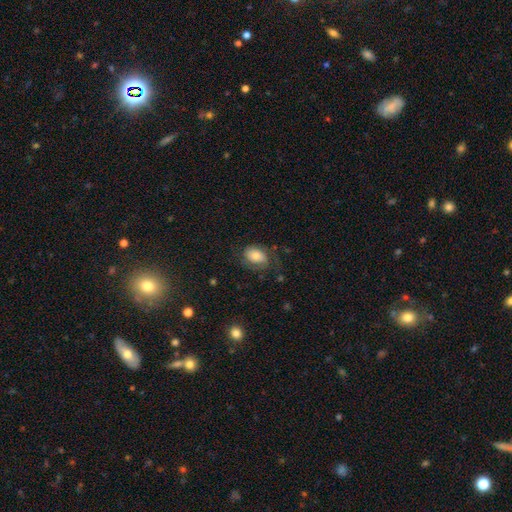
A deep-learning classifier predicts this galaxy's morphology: This is likely a smooth galaxy (65%). How rounded: likely in between (79%). Merging: possibly none (59%).